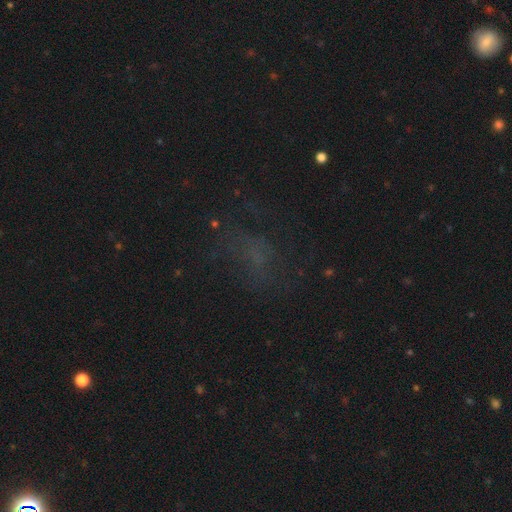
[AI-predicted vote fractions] Q: Smooth or featured?
A: star or artifact (40%); runner-up: smooth (34%)